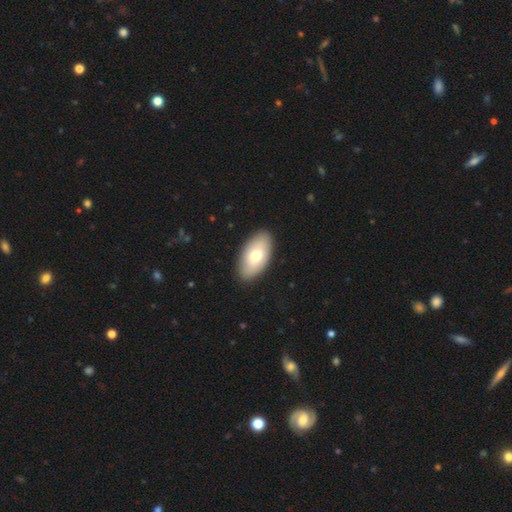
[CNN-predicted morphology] Smooth or featured? Predicted: smooth (p=0.71). How rounded? Predicted: in between (p=0.94). Merging? Predicted: none (p=0.89).